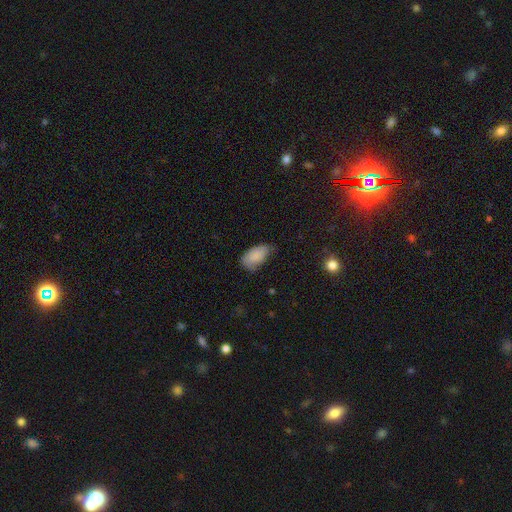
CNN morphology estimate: smooth 85%, featured or disk 8%, star or artifact 7%. Down the decision tree: how rounded — in between (94%); merging — none (45%).